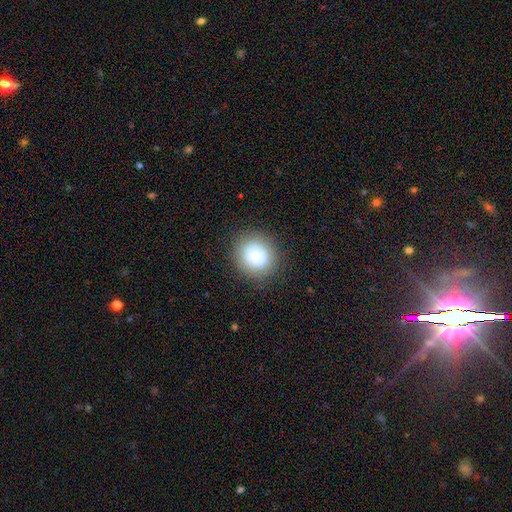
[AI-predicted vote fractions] Smooth or featured?
  - smooth: 77% *
  - featured or disk: 13%
  - star or artifact: 10%
How rounded?
  - round: 87% *
  - in between: 12%
  - cigar-shaped: 1%
Merging?
  - none: 83% *
  - minor disturbance: 10%
  - major disturbance: 5%
  - merger: 2%